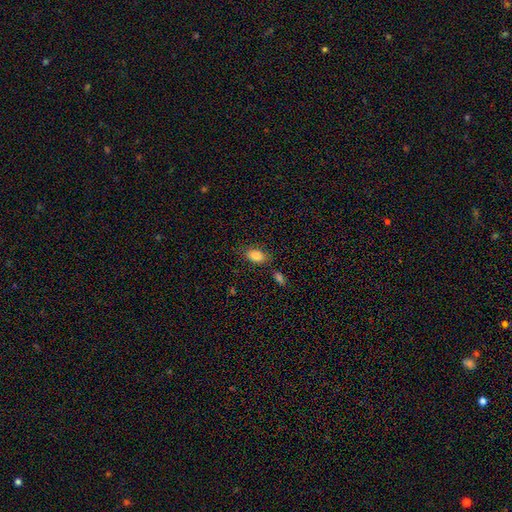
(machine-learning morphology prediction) smooth 85%, star or artifact 8%, featured or disk 7%. Down the decision tree: how rounded — in between (89%); merging — none (79%).